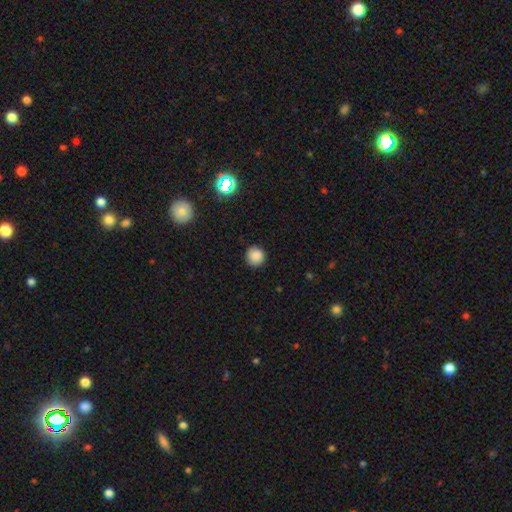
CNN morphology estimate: Smooth or featured: smooth — 85% (star or artifact — 11%)
How rounded: round — 93% (in between — 6%)
Merging: none — 89% (minor disturbance — 8%)